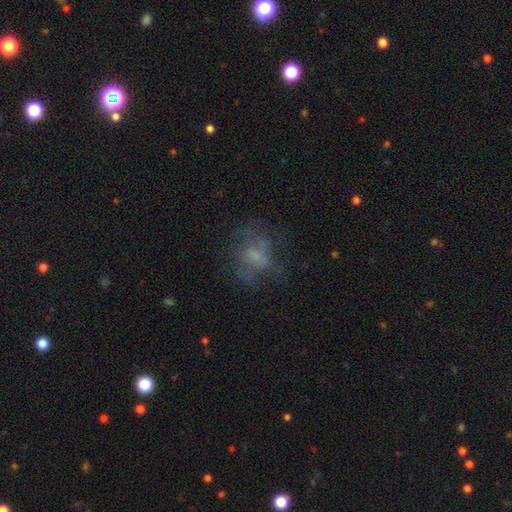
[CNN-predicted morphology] This appears to be a featured or disk galaxy (45%). Merging: none (53%).